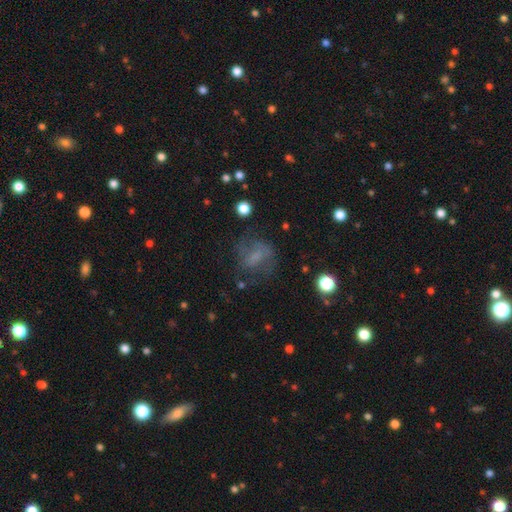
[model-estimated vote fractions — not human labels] This is marginally a smooth galaxy (45%). Merging: possibly none (54%).